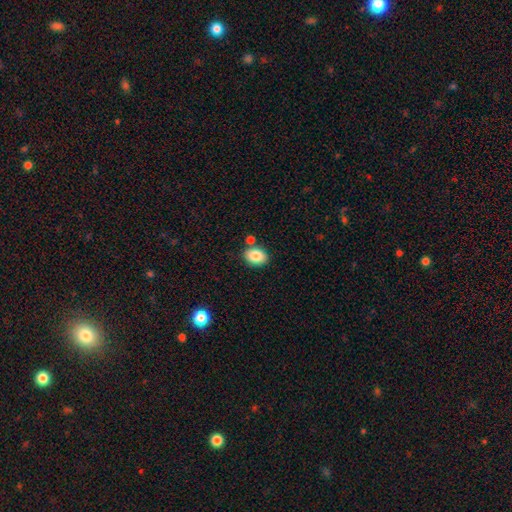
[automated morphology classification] smooth_or_featured: smooth (p=0.85) [alt: star or artifact p=0.08]
how_rounded: in between (p=0.71) [alt: round p=0.28]
merging: none (p=0.77) [alt: minor disturbance p=0.11]